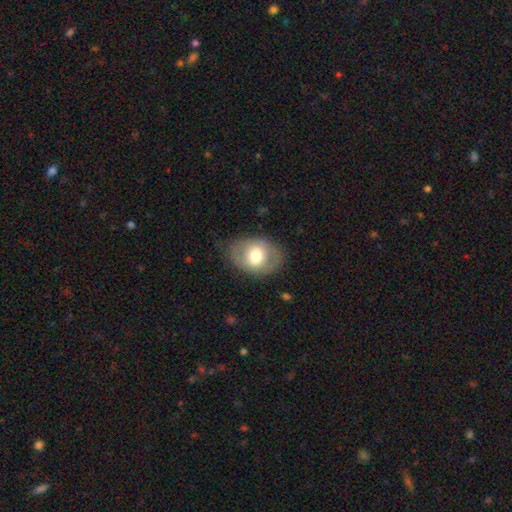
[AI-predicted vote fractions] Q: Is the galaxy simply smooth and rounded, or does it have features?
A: smooth — 59%.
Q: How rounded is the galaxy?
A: in between — 69%.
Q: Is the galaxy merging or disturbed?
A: none — 76%.